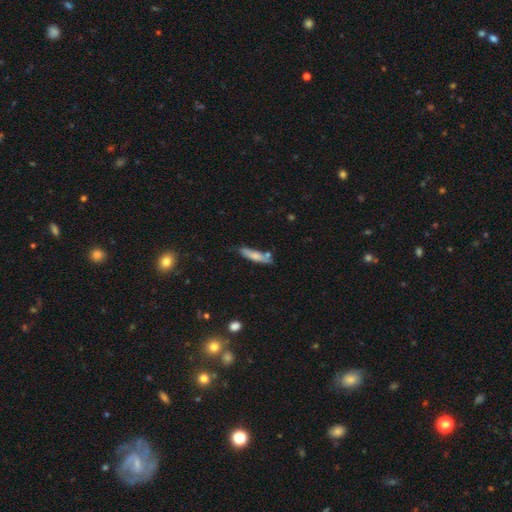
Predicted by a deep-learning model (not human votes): A smooth galaxy with no disk features (68%) that is cigar-shaped (78%).

Vote fractions:
- Smooth or featured? smooth: 68% / featured or disk: 25% / star or artifact: 6%
- How rounded? cigar-shaped: 78% / in between: 20% / round: 2%
- Merging? none: 68% / minor disturbance: 19% / merger: 9% / major disturbance: 4%